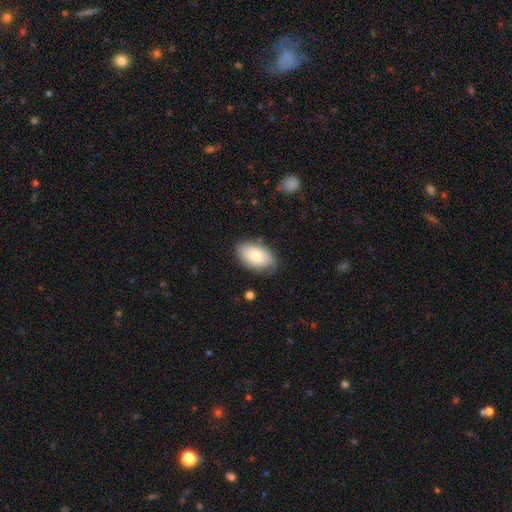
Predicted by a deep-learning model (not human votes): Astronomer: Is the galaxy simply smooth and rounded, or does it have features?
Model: smooth — 74%.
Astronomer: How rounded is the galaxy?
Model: in between — 93%.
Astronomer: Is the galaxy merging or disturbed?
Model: none — 75%.